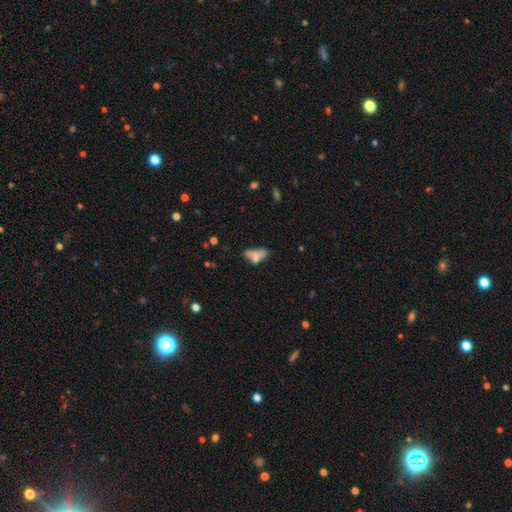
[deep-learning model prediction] Smooth or featured: smooth — 60% (featured or disk — 28%)
How rounded: in between — 71% (cigar-shaped — 23%)
Merging: none — 35% (merger — 31%)